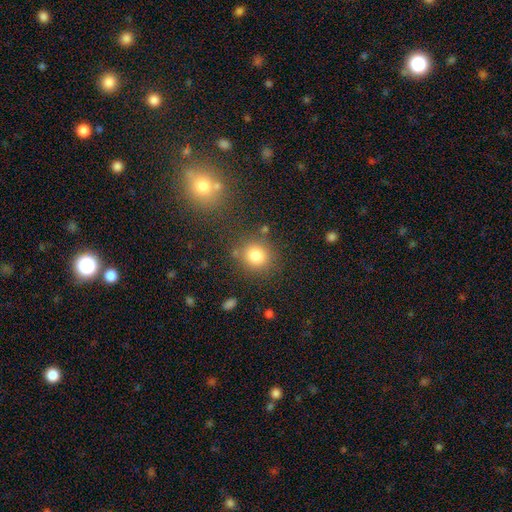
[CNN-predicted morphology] smooth-or-featured: smooth: 81% | star or artifact: 12% | featured or disk: 7%
  how-rounded: round: 82% | in between: 17% | cigar-shaped: 1%
  merging: none: 79% | minor disturbance: 11% | merger: 6% | major disturbance: 4%